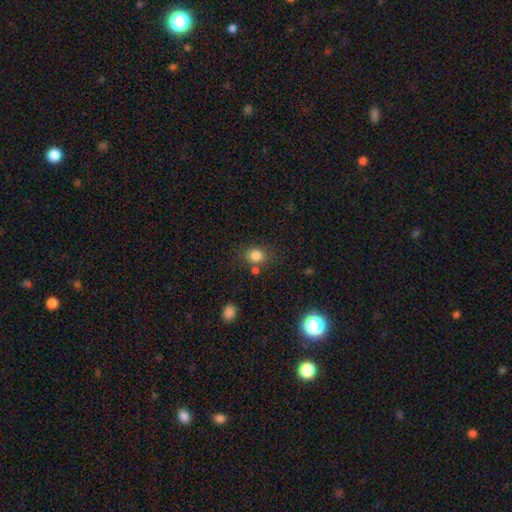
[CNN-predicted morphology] A smooth galaxy with no disk features (82%) that is round (59%). Merging: none (72%).